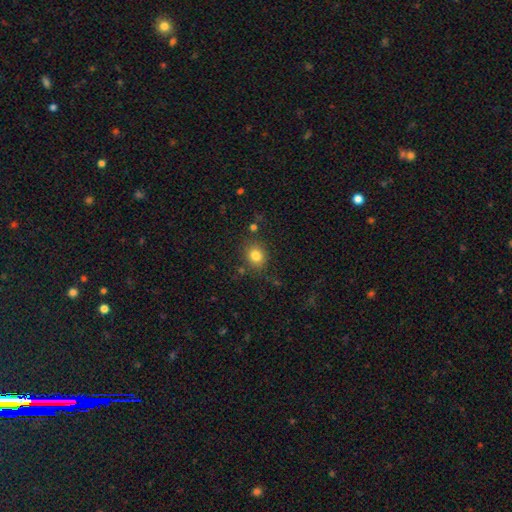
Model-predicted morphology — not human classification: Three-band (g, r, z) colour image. It shows a smooth galaxy with no disk features (81%) that is round (72%). Merging: none (82%).